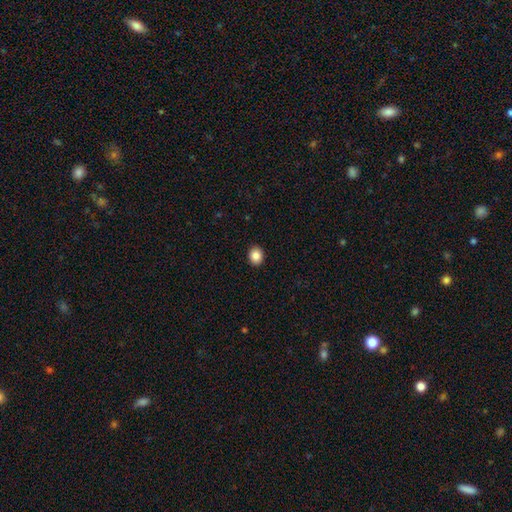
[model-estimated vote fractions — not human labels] Smooth or featured? smooth (87%)
How rounded? round (51%)
Merging? none (92%)